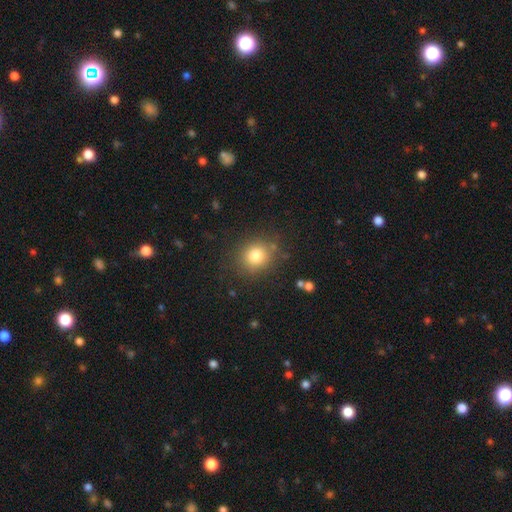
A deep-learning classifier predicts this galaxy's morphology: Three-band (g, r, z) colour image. It shows a smooth galaxy with no disk features (80%) that is round (86%). Merging: none (84%).